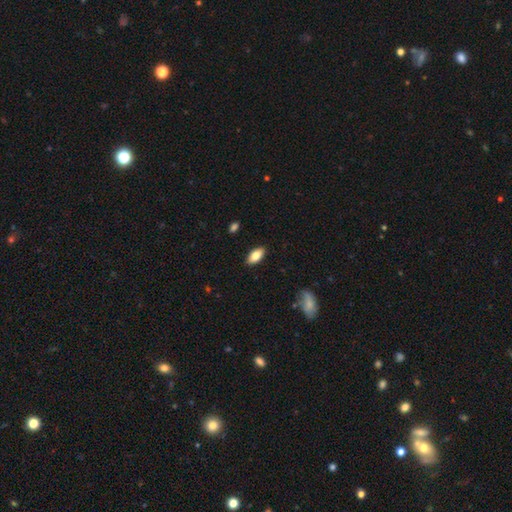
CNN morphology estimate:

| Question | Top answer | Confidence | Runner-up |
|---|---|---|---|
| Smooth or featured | smooth | 78% | featured or disk (15%) |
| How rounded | in between | 89% | cigar-shaped (8%) |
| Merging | none | 88% | minor disturbance (9%) |